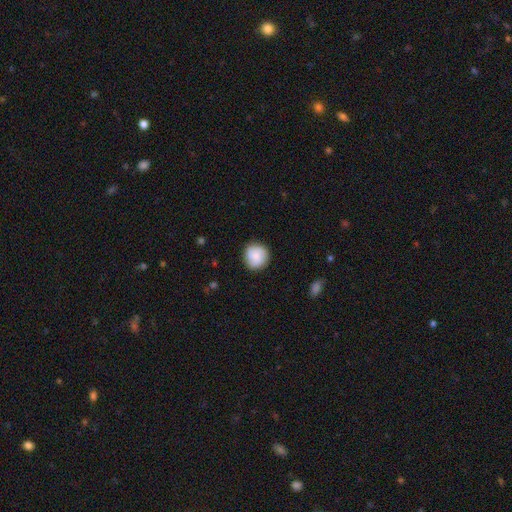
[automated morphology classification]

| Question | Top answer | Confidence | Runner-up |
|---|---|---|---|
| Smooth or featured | smooth | 71% | featured or disk (22%) |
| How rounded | round | 93% | in between (6%) |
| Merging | none | 86% | minor disturbance (10%) |